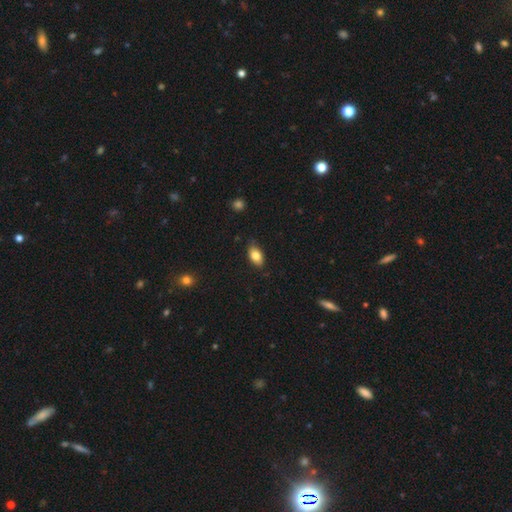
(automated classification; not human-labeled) A smooth galaxy with no disk features (82%) that is in between round and cigar-shaped (90%).

Vote fractions:
- Smooth or featured? smooth: 82% / featured or disk: 10% / star or artifact: 8%
- How rounded? in between: 90% / round: 7% / cigar-shaped: 3%
- Merging? none: 81% / minor disturbance: 15% / major disturbance: 2% / merger: 1%